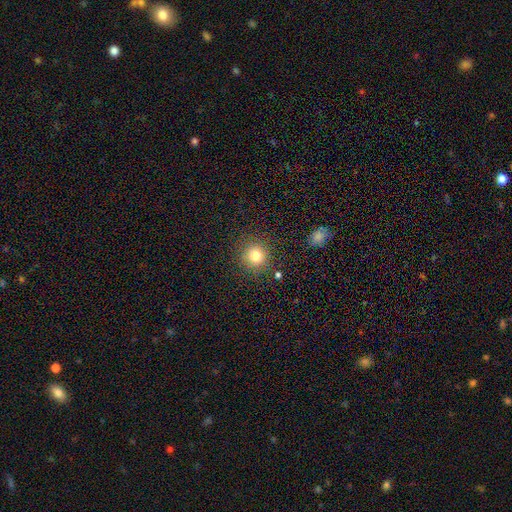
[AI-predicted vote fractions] This appears to be a smooth galaxy with no disk features (80%) that is round (93%). Merging: none (88%).